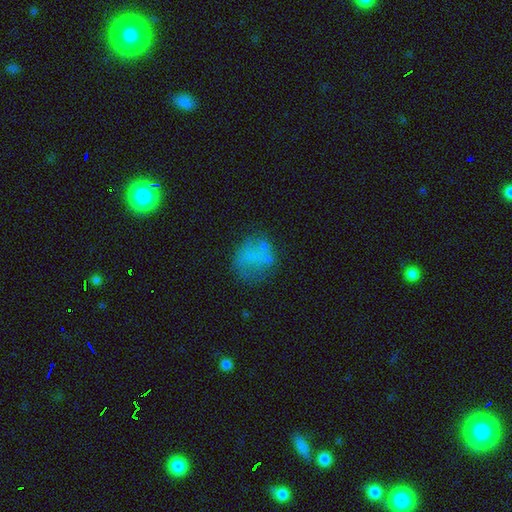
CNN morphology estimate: A smooth galaxy with no disk features (62%) that is round (64%).

Vote fractions:
- Smooth or featured? smooth: 62% / featured or disk: 23% / star or artifact: 16%
- How rounded? round: 64% / in between: 34% / cigar-shaped: 2%
- Merging? none: 53% / minor disturbance: 23% / major disturbance: 19% / merger: 5%